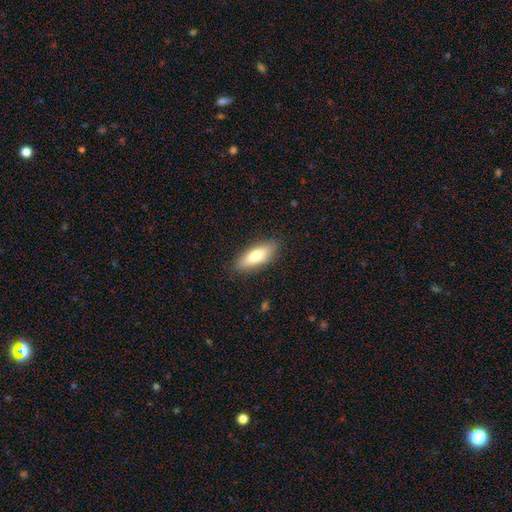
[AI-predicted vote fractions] This is likely a smooth galaxy (74%). How rounded: likely in between (63%). Merging: clearly none (87%).